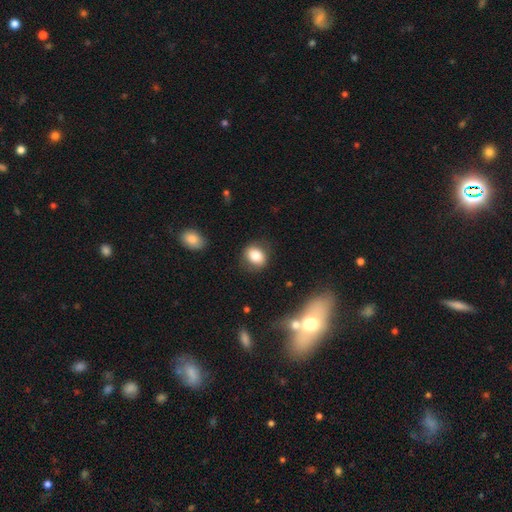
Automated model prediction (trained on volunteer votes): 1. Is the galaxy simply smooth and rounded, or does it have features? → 80% smooth, 11% featured or disk, 9% star or artifact.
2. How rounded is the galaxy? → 56% round, 43% in between, 1% cigar-shaped.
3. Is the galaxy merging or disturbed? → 80% none, 14% minor disturbance, 4% major disturbance, 2% merger.